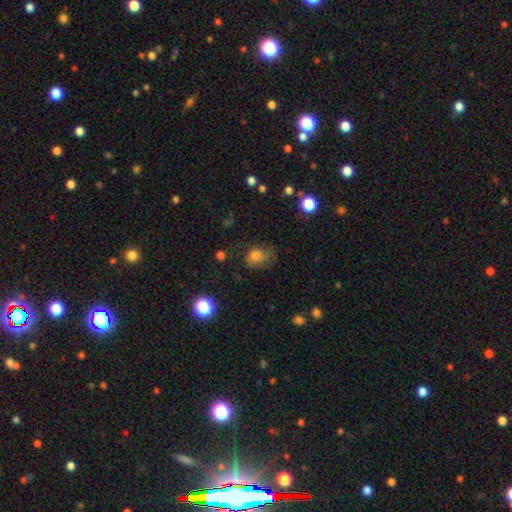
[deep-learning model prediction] Morphology: type=smooth (67%); roundness=in between (52%); merging=none (49%).